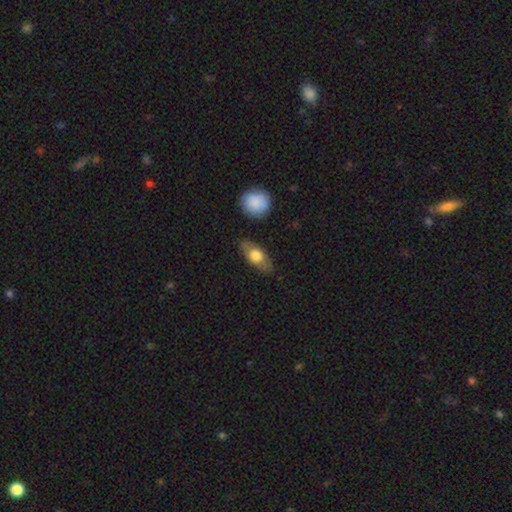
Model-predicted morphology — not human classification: smooth-or-featured: smooth: 66% | featured or disk: 29% | star or artifact: 6%
  how-rounded: in between: 81% | cigar-shaped: 12% | round: 7%
  merging: none: 78% | minor disturbance: 15% | major disturbance: 4% | merger: 3%